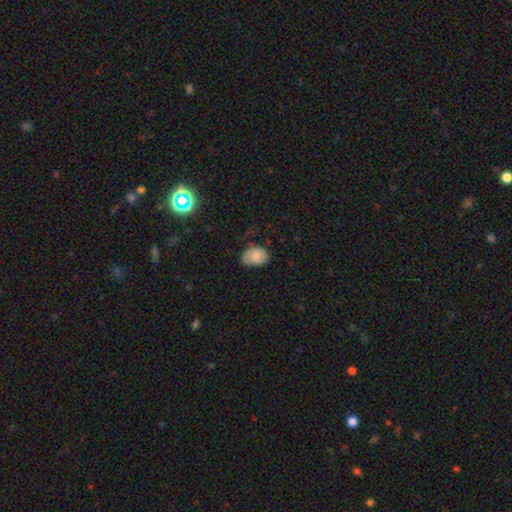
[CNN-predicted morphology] type=smooth (80%); roundness=in between (76%); merging=none (52%).